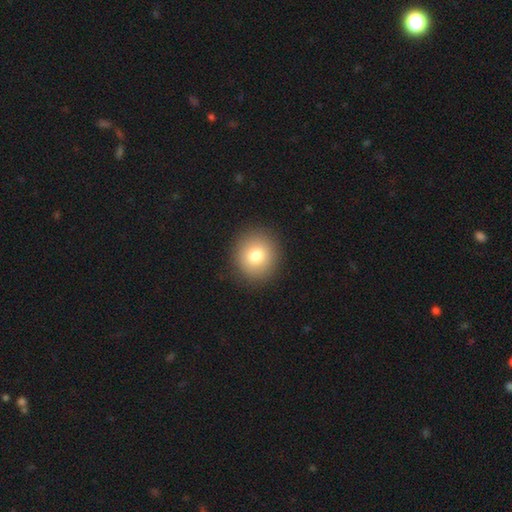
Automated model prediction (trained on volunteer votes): The model was most divided on "smooth or featured": smooth: 78%, star or artifact: 11%, featured or disk: 11%. More confident: merging — none (91%); how rounded — round (90%).